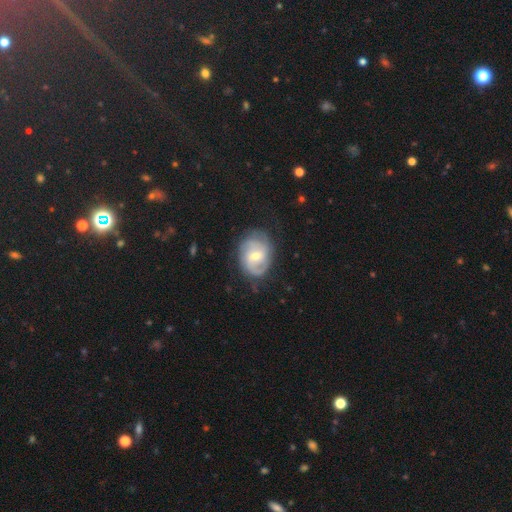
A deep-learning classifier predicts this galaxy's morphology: This appears to be a featured or disk galaxy (74%) with a weak bar (48%), 2 (49%) tight (41%) spiral arms (91%) and a moderate central bulge (55%). Merging: none (69%).